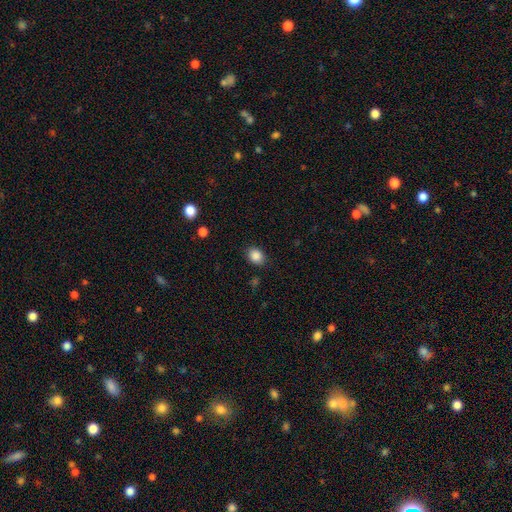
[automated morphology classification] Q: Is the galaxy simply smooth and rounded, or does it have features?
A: smooth — 87%.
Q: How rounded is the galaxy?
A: in between — 57%.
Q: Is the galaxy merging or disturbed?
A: none — 86%.